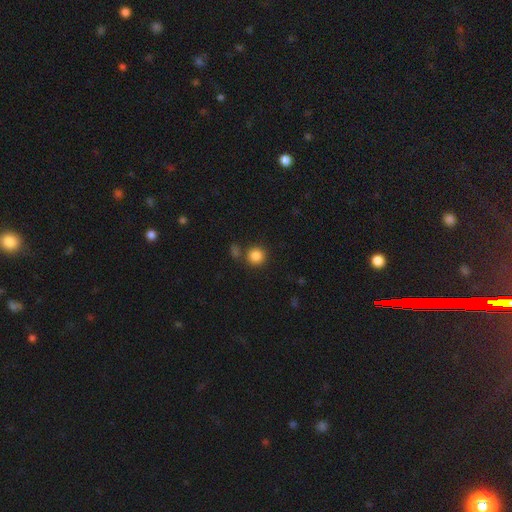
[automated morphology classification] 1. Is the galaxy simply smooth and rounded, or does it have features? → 85% smooth, 10% star or artifact, 4% featured or disk.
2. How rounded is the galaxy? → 92% round, 7% in between, 1% cigar-shaped.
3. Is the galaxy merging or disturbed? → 77% none, 12% merger, 9% minor disturbance, 3% major disturbance.